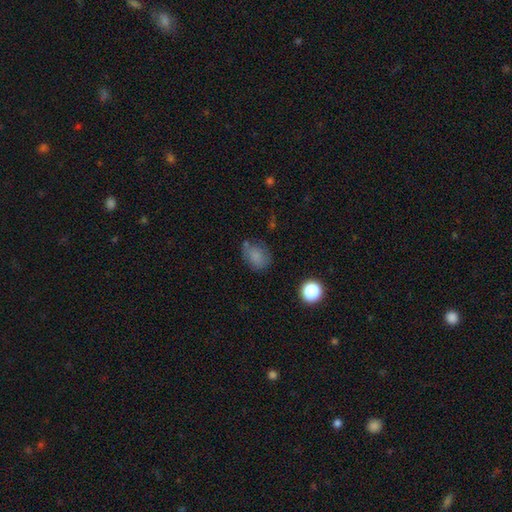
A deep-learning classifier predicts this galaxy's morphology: A smooth galaxy with no disk features (76%) that is in between round and cigar-shaped (61%). Merging: none (61%).